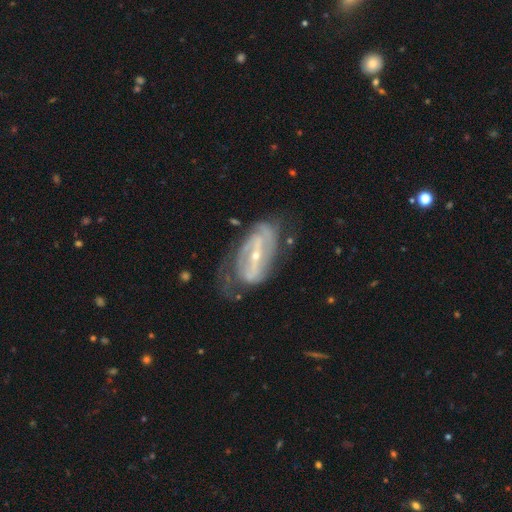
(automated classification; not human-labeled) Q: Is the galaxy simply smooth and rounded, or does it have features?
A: featured or disk — 87%.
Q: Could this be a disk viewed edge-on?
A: no — 93%.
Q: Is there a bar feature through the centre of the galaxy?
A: strong — 67%.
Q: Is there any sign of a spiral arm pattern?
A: yes — 89%.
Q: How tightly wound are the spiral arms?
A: tight — 43%.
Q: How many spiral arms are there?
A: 2 — 66%.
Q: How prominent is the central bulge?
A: small — 71%.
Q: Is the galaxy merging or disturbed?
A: none — 57%.